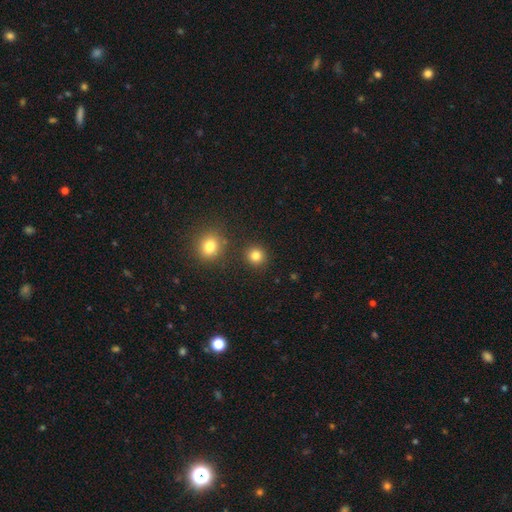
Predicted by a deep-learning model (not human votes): This appears to be a smooth galaxy with no disk features (83%) that is round (91%). Merging: none (88%).